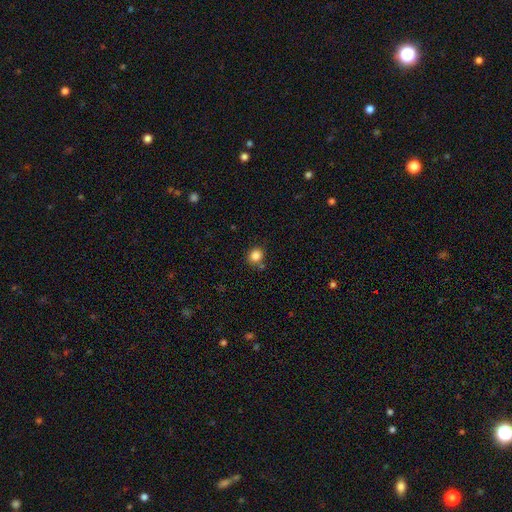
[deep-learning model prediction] Smooth or featured? smooth (84%)
How rounded? round (85%)
Merging? none (76%)